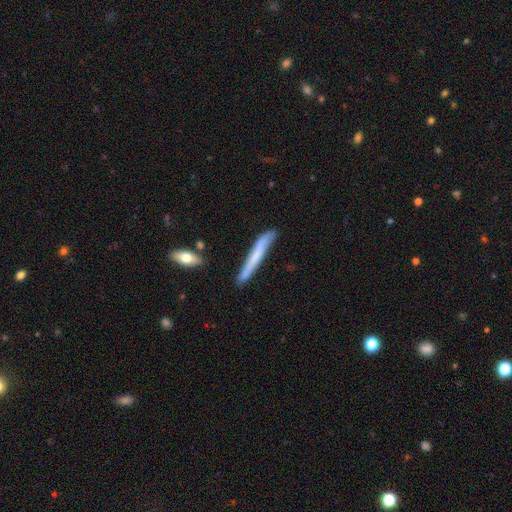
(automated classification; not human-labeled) Smooth or featured: smooth — 60% (featured or disk — 34%)
How rounded: cigar-shaped — 96% (in between — 3%)
Merging: none — 77% (minor disturbance — 17%)